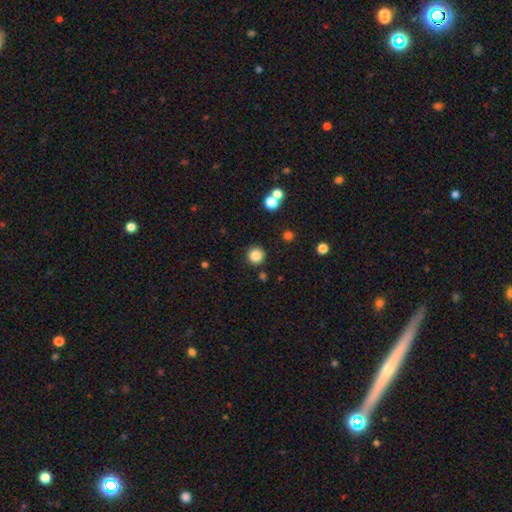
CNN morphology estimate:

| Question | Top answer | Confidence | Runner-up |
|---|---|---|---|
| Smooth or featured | smooth | 84% | star or artifact (12%) |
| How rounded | round | 95% | in between (4%) |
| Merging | none | 89% | minor disturbance (6%) |